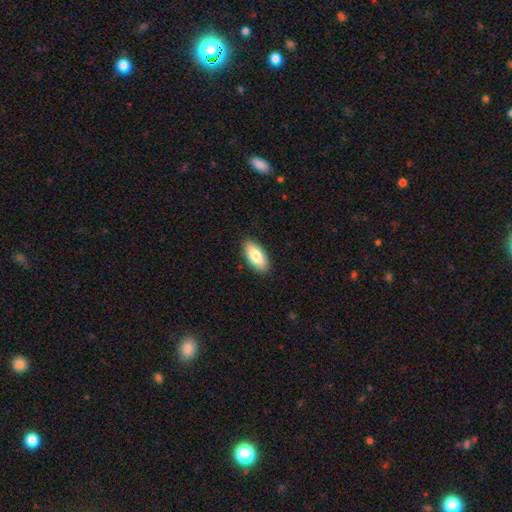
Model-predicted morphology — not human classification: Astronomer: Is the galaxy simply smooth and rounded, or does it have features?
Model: smooth — 81%.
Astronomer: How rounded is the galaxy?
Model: in between — 90%.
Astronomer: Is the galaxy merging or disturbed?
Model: none — 90%.